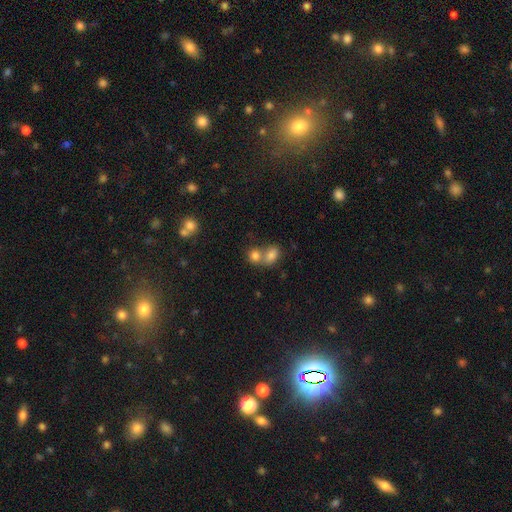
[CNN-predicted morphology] The model was most divided on "merging": merger: 54%, none: 35%, minor disturbance: 7%, major disturbance: 3%. More confident: smooth or featured — smooth (80%); how rounded — round (59%).